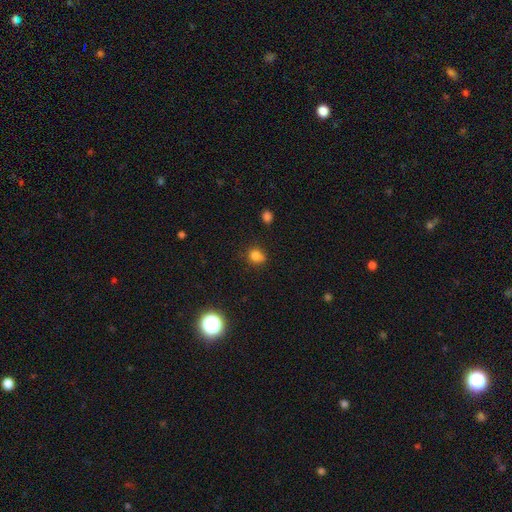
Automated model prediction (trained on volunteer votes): This appears to be a smooth galaxy with no disk features (80%) that is round (72%). Merging: none (76%).